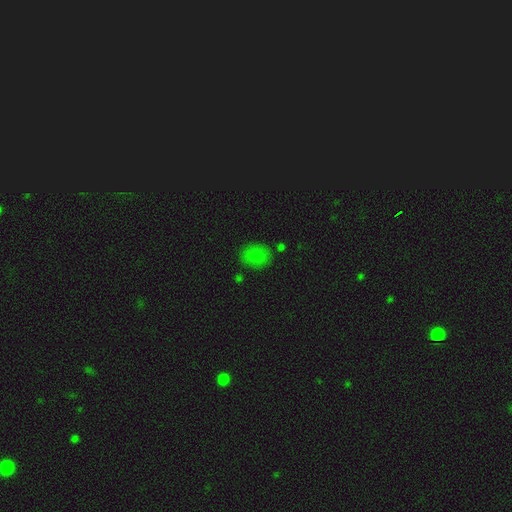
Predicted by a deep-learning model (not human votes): Smooth or featured: smooth — 78% (star or artifact — 11%)
How rounded: round — 54% (in between — 45%)
Merging: none — 80% (minor disturbance — 13%)